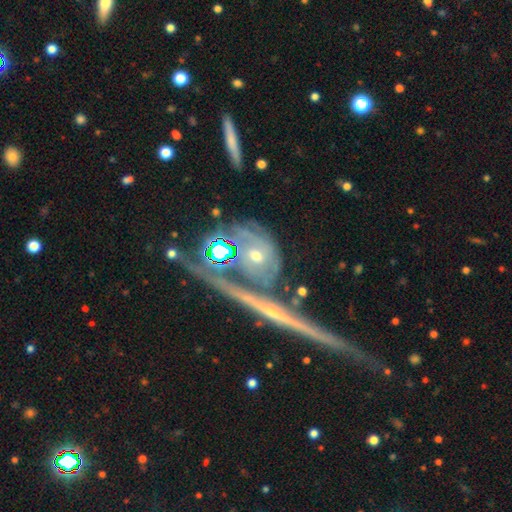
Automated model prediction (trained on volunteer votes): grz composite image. It shows a featured or disk galaxy (75%). Merging: none (56%).